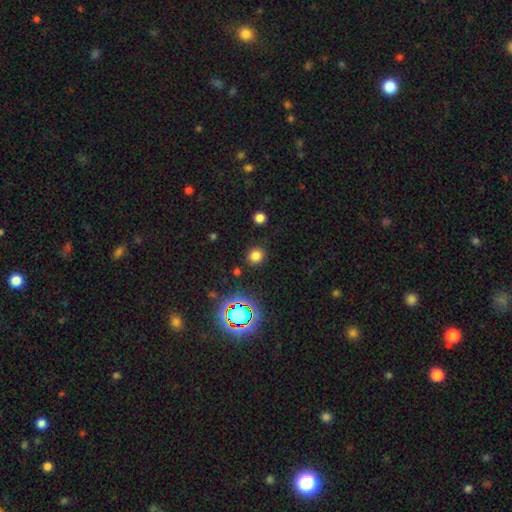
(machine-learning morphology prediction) A smooth galaxy with no disk features (76%) that is round (88%). Merging: none (88%).